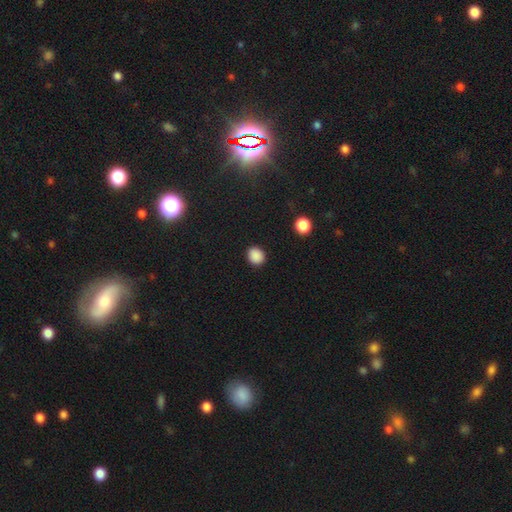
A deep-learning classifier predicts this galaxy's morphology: Smooth or featured?
  - smooth: 88% *
  - star or artifact: 10%
  - featured or disk: 2%
How rounded?
  - round: 71% *
  - in between: 28%
  - cigar-shaped: 1%
Merging?
  - none: 91% *
  - minor disturbance: 6%
  - major disturbance: 2%
  - merger: 1%